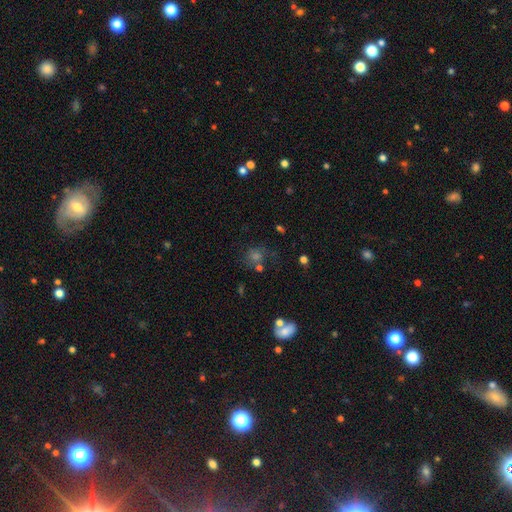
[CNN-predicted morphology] Q: Smooth or featured?
A: smooth (45%); runner-up: star or artifact (36%)
Q: Merging?
A: none (61%); runner-up: minor disturbance (16%)